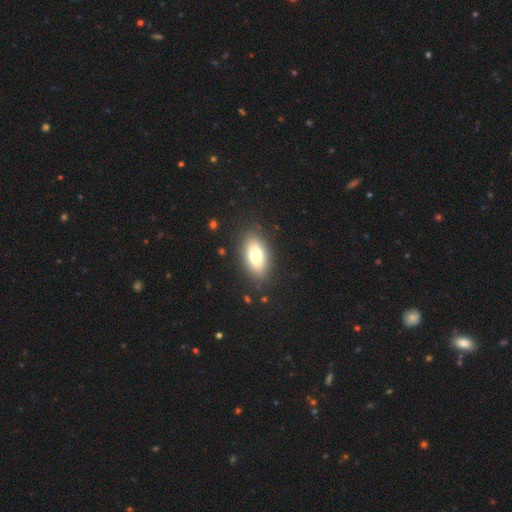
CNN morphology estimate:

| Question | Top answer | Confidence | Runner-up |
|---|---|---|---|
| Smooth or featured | smooth | 74% | featured or disk (18%) |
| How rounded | in between | 90% | round (6%) |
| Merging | none | 86% | minor disturbance (10%) |